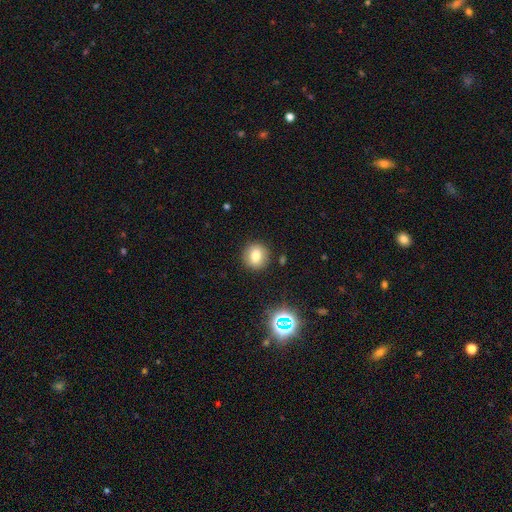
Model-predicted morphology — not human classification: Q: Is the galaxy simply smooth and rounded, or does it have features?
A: smooth — 76%.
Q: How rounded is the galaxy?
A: round — 89%.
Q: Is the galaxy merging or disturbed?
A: none — 89%.